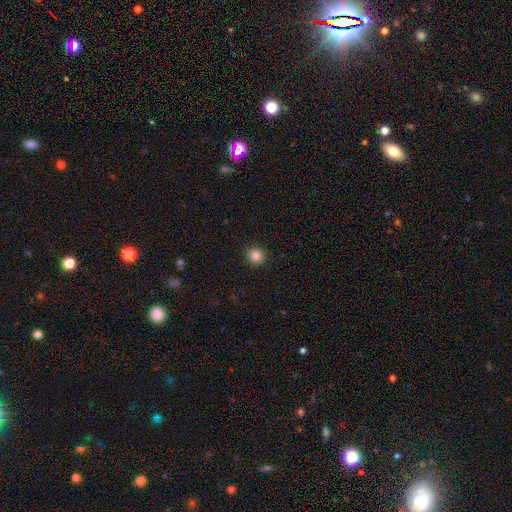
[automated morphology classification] Q: Smooth or featured?
A: smooth (85%); runner-up: star or artifact (11%)
Q: How rounded?
A: round (93%); runner-up: in between (6%)
Q: Merging?
A: none (92%); runner-up: minor disturbance (5%)